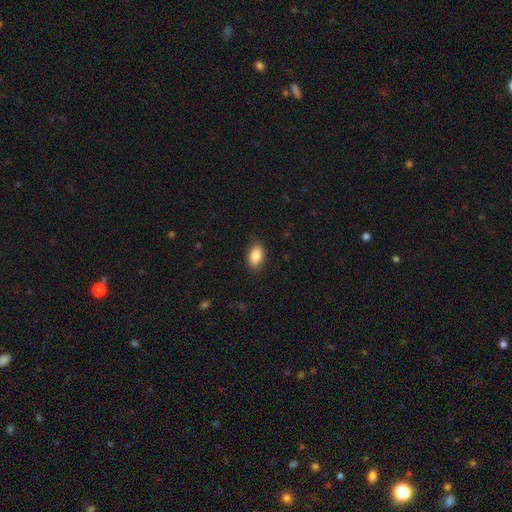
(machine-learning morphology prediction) smooth_or_featured: smooth (p=0.86) [alt: star or artifact p=0.08]
how_rounded: in between (p=0.89) [alt: round p=0.09]
merging: none (p=0.84) [alt: minor disturbance p=0.13]